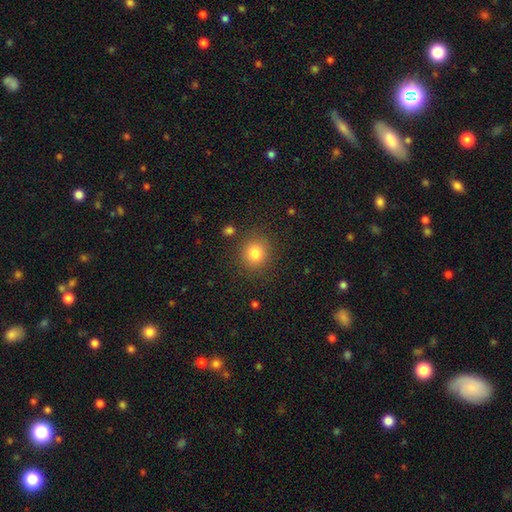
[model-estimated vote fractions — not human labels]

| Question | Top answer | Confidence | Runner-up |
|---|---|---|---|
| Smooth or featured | smooth | 82% | star or artifact (12%) |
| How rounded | round | 84% | in between (15%) |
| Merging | none | 86% | minor disturbance (8%) |